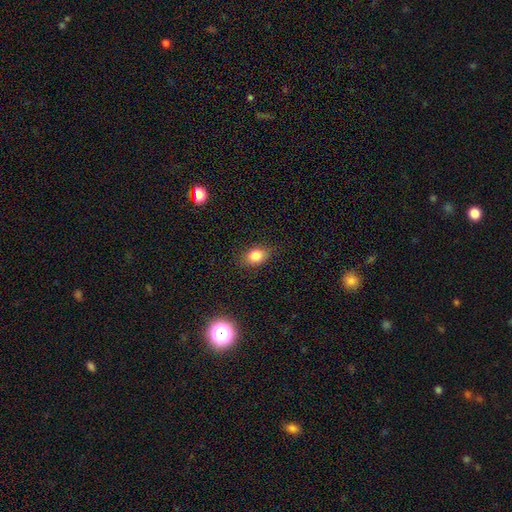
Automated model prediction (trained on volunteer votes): Smooth or featured? Predicted: smooth (p=0.81). How rounded? Predicted: in between (p=0.70). Merging? Predicted: none (p=0.82).